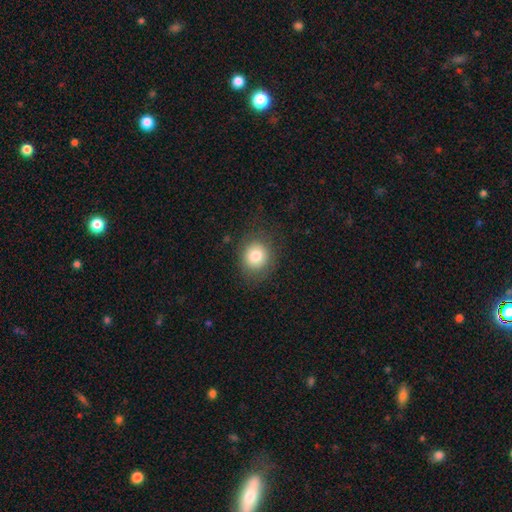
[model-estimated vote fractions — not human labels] Q: Smooth or featured?
A: smooth (79%); runner-up: featured or disk (11%)
Q: How rounded?
A: round (81%); runner-up: in between (18%)
Q: Merging?
A: none (81%); runner-up: minor disturbance (12%)